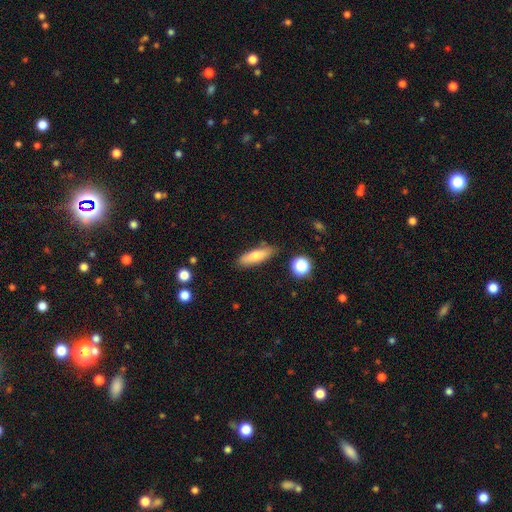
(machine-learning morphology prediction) smooth 72%, featured or disk 20%, star or artifact 8%. Down the decision tree: how rounded — cigar-shaped (53%); merging — none (82%).